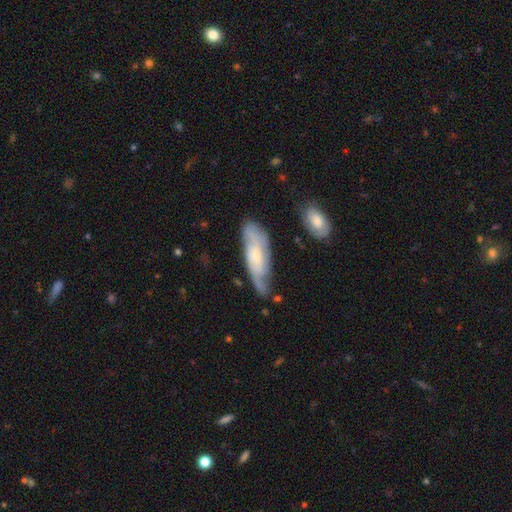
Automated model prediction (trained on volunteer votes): smooth_or_featured: featured or disk (p=0.61) [alt: smooth p=0.33]
disk_edge_on: no (p=0.81) [alt: yes p=0.19]
merging: none (p=0.62) [alt: minor disturbance p=0.27]